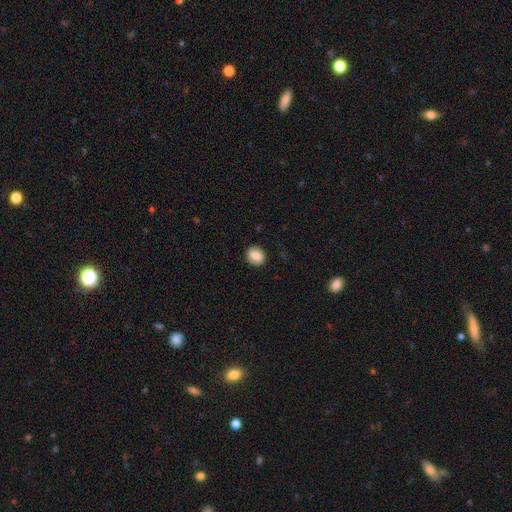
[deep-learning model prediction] Smooth or featured? Predicted: smooth (p=0.83). How rounded? Predicted: round (p=0.66). Merging? Predicted: none (p=0.86).